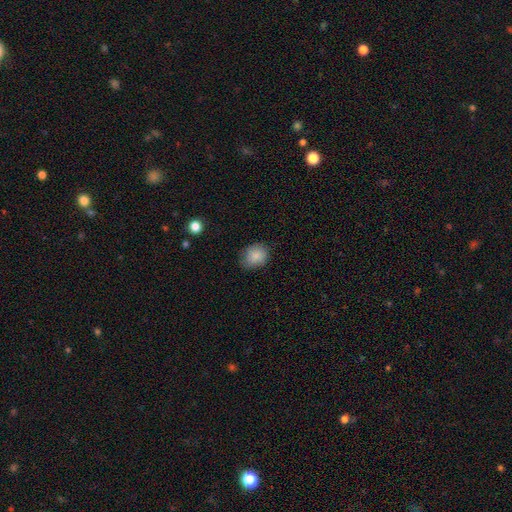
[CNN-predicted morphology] smooth 85%, star or artifact 8%, featured or disk 6%. Down the decision tree: how rounded — round (63%); merging — none (72%).